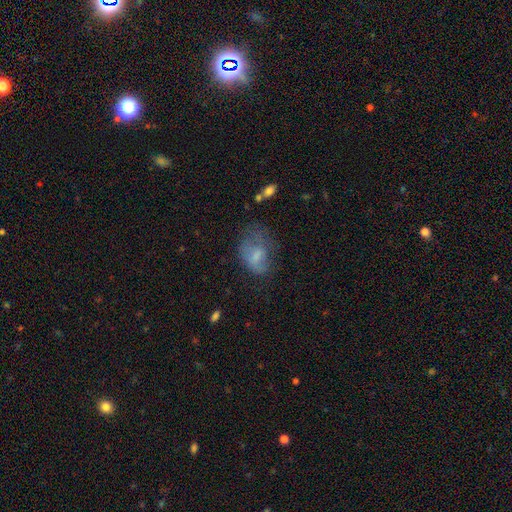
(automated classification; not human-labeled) Morphology: type=smooth (60%); roundness=in between (81%); merging=major disturbance (36%).